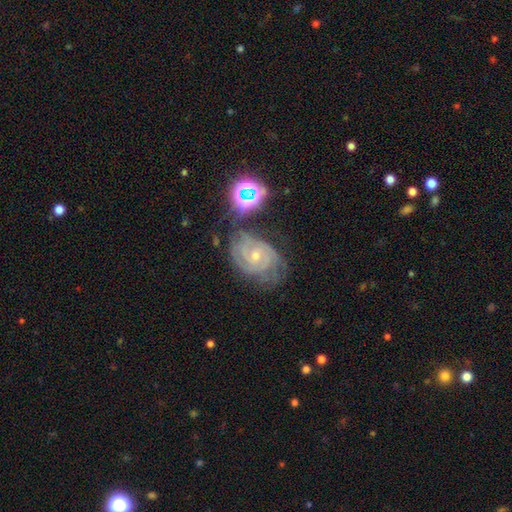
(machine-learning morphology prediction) Overall: featured or disk (81%). Edge-on disk: no (97%). Bar: no (65%; weak 28%). Spiral arms: yes (96%). Spiral arm count: can't tell (30%; 2 25%). Spiral winding: tight (69%). Bulge size: small (65%; moderate 32%). Merging: none (62%; minor disturbance 23%).